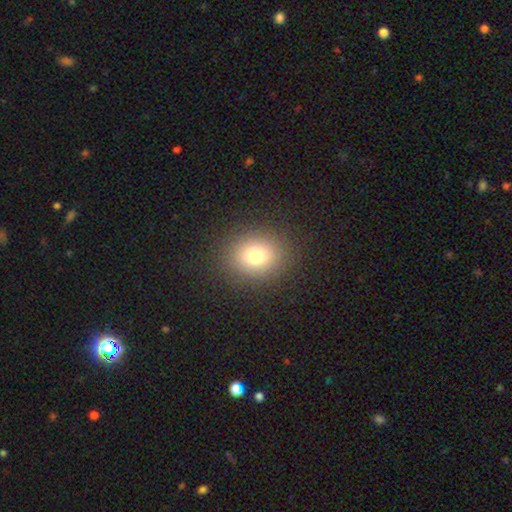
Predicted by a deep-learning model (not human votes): Smooth or featured? smooth (77%)
How rounded? round (64%)
Merging? none (88%)